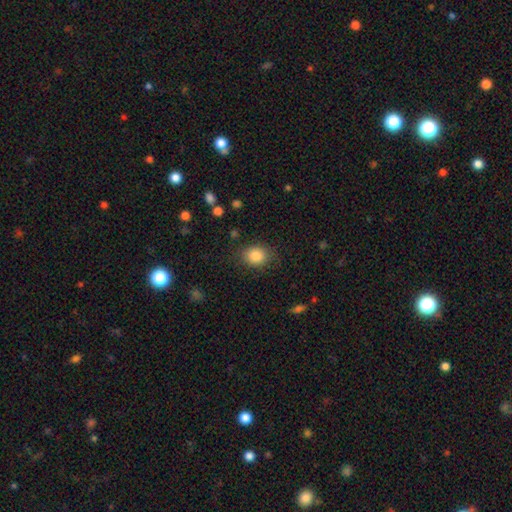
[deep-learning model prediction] Smooth or featured?
  - smooth: 84% *
  - star or artifact: 10%
  - featured or disk: 6%
How rounded?
  - round: 61% *
  - in between: 39%
  - cigar-shaped: 1%
Merging?
  - none: 81% *
  - minor disturbance: 14%
  - major disturbance: 4%
  - merger: 1%